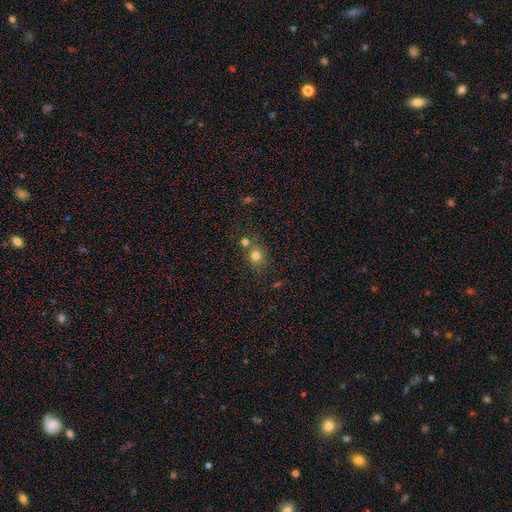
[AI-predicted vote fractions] smooth_or_featured: smooth (p=0.77) [alt: star or artifact p=0.15]
how_rounded: round (p=0.76) [alt: in between p=0.23]
merging: none (p=0.63) [alt: merger p=0.23]